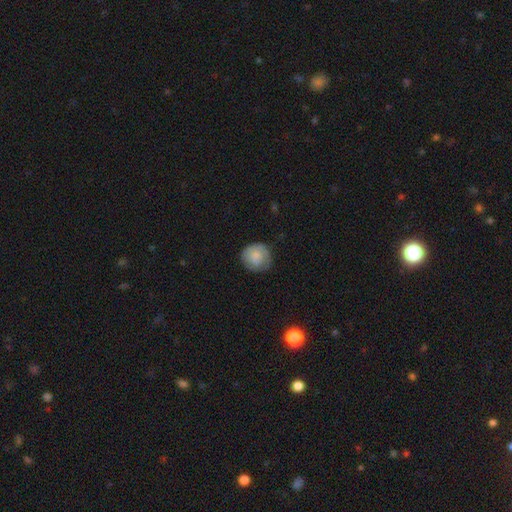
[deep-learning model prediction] Smooth or featured? smooth (74%)
How rounded? round (88%)
Merging? none (74%)